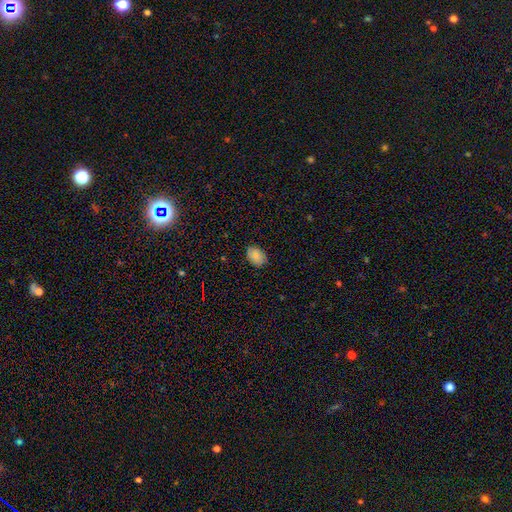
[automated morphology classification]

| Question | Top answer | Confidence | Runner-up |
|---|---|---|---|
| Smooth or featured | smooth | 82% | featured or disk (9%) |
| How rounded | in between | 78% | round (20%) |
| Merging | none | 83% | minor disturbance (14%) |